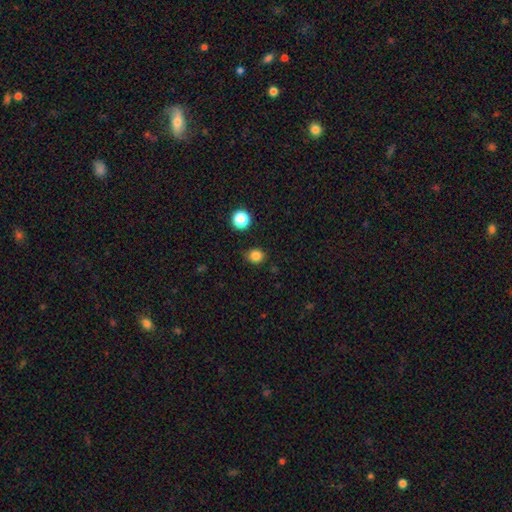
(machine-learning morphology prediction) type=smooth (83%); roundness=round (78%); merging=none (80%).